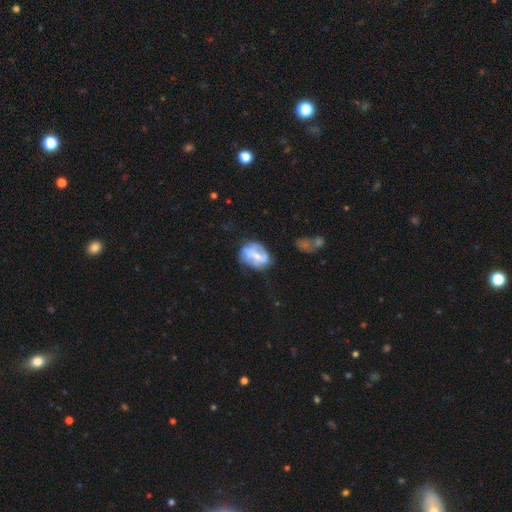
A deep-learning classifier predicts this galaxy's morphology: This is possibly a featured or disk galaxy (56%). It is clearly not viewed edge-on (96%). Bar: marginally no (40%). Spiral arm pattern: possibly yes (52%). Central bulge: marginally small (44%). Merging: possibly none (50%).